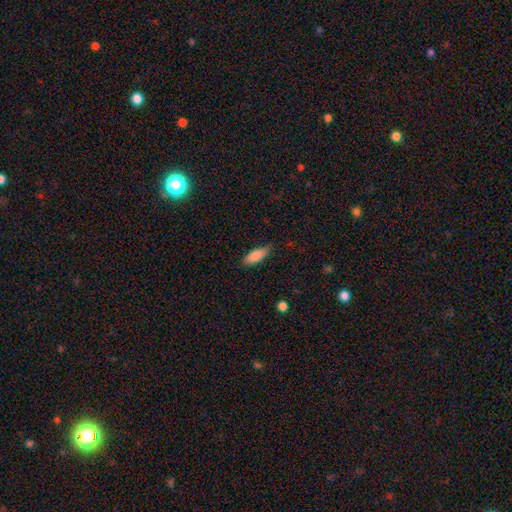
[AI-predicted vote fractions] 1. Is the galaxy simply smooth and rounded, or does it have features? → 85% smooth, 8% featured or disk, 6% star or artifact.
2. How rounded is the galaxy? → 67% in between, 31% cigar-shaped, 2% round.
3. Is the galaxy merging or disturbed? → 81% none, 15% minor disturbance, 3% major disturbance, 1% merger.